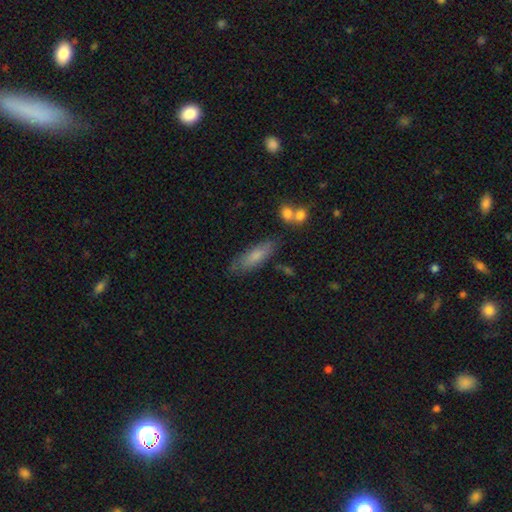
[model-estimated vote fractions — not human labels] A smooth galaxy with no disk features (74%) that is in between round and cigar-shaped (52%). Merging: none (70%).